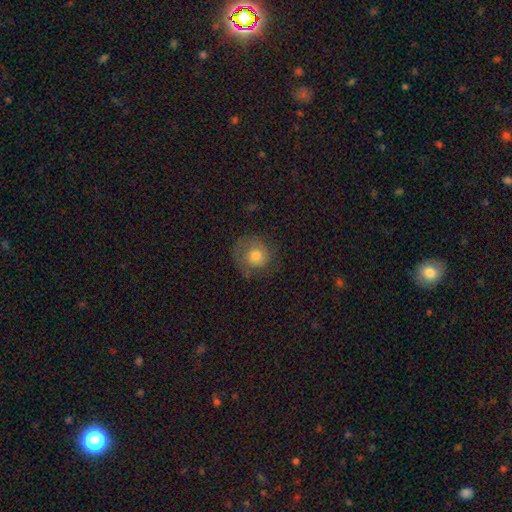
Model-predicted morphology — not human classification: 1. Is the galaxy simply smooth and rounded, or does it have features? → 64% smooth, 27% featured or disk, 9% star or artifact.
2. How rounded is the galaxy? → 88% round, 11% in between, 1% cigar-shaped.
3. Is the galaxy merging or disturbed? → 69% none, 19% minor disturbance, 10% major disturbance, 1% merger.